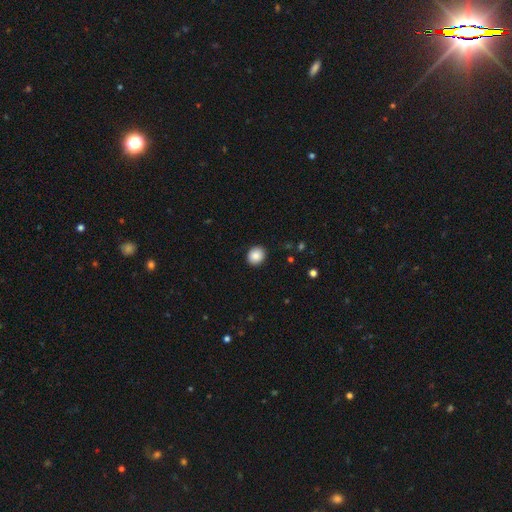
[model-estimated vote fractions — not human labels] Smooth or featured? Predicted: smooth (p=0.87). How rounded? Predicted: round (p=0.73). Merging? Predicted: none (p=0.90).